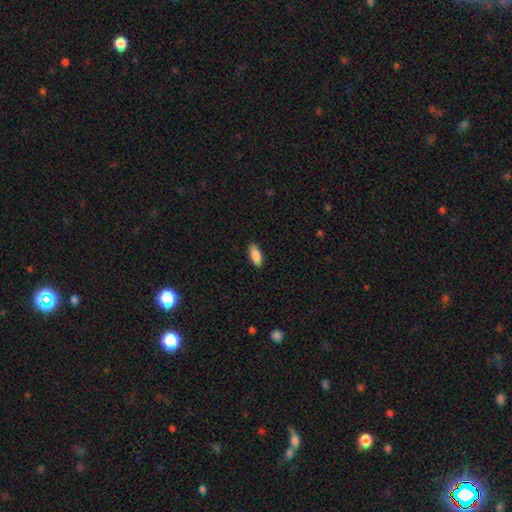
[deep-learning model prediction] A smooth galaxy with no disk features (89%) that is in between round and cigar-shaped (87%). Merging: none (88%).